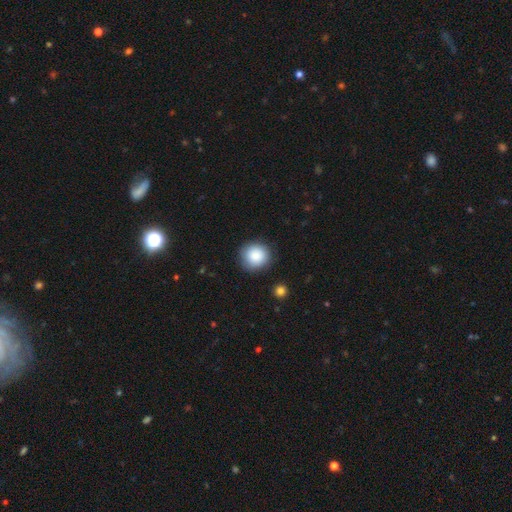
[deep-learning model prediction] Smooth or featured: smooth — 87% (star or artifact — 8%)
How rounded: round — 91% (in between — 9%)
Merging: none — 87% (minor disturbance — 9%)